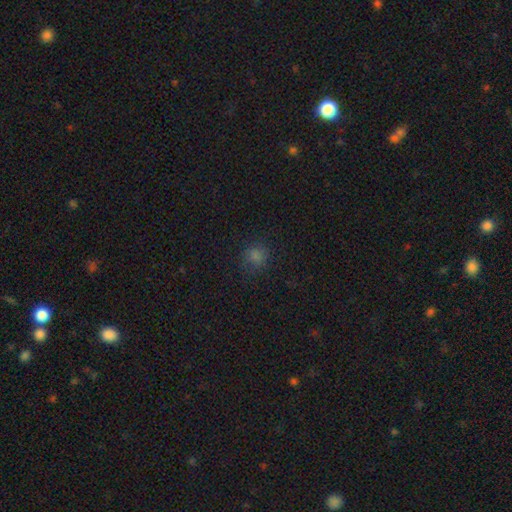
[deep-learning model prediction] Smooth or featured: smooth — 74% (star or artifact — 22%)
How rounded: round — 84% (in between — 15%)
Merging: none — 83% (minor disturbance — 12%)